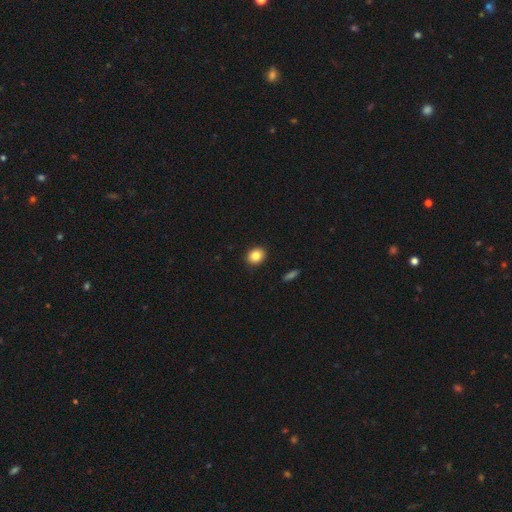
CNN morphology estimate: A smooth galaxy with no disk features (84%) that is round (51%).

Vote fractions:
- Smooth or featured? smooth: 84% / star or artifact: 9% / featured or disk: 7%
- How rounded? round: 51% / in between: 48% / cigar-shaped: 1%
- Merging? none: 91% / minor disturbance: 6% / major disturbance: 2% / merger: 1%